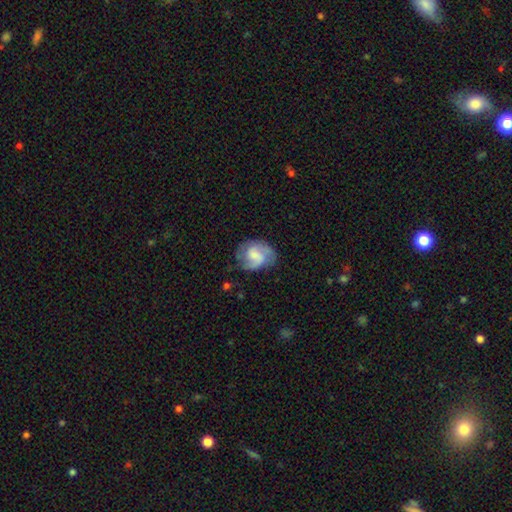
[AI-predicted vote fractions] featured or disk 60%, smooth 33%, star or artifact 7%. Down the decision tree: edge-on disk — no (98%); bar — weak (49%); spiral arms — yes (87%); spiral arm count — 2 (71%); spiral winding — medium (47%); bulge size — moderate (30%); merging — none (59%).